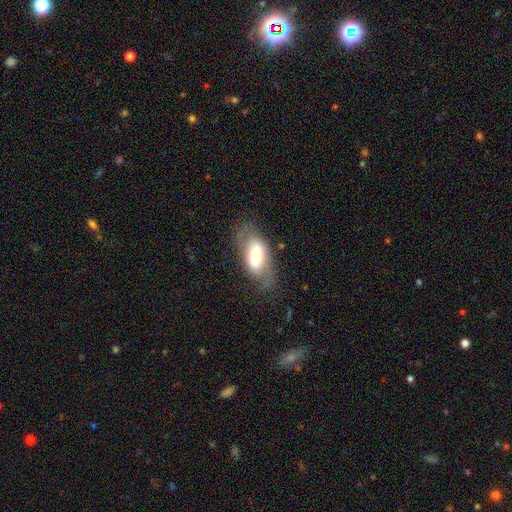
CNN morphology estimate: Smooth or featured?
  - smooth: 50% *
  - featured or disk: 43%
  - star or artifact: 8%
Merging?
  - none: 68% *
  - minor disturbance: 19%
  - major disturbance: 11%
  - merger: 2%